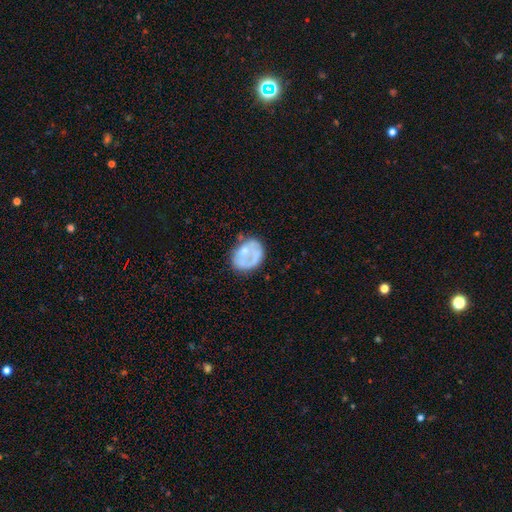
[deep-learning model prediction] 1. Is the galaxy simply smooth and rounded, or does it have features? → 50% smooth, 43% featured or disk, 7% star or artifact.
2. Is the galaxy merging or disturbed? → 45% none, 26% minor disturbance, 22% major disturbance, 7% merger.